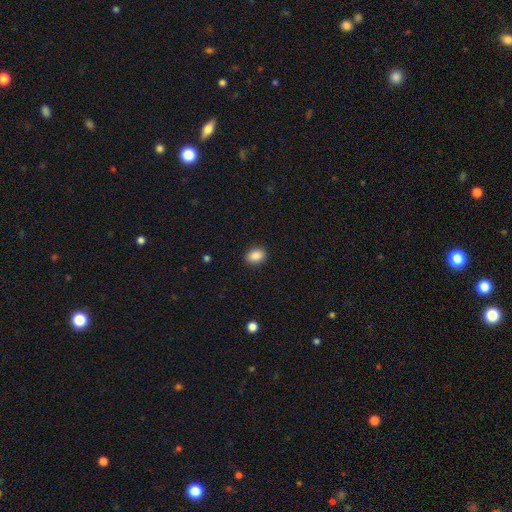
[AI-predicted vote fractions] Smooth or featured? Predicted: smooth (p=0.88). How rounded? Predicted: in between (p=0.70). Merging? Predicted: none (p=0.89).